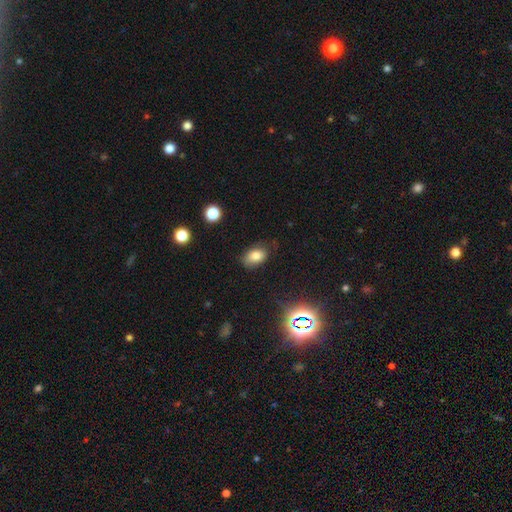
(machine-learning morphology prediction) smooth 80%, star or artifact 11%, featured or disk 9%. Down the decision tree: how rounded — in between (87%); merging — none (75%).